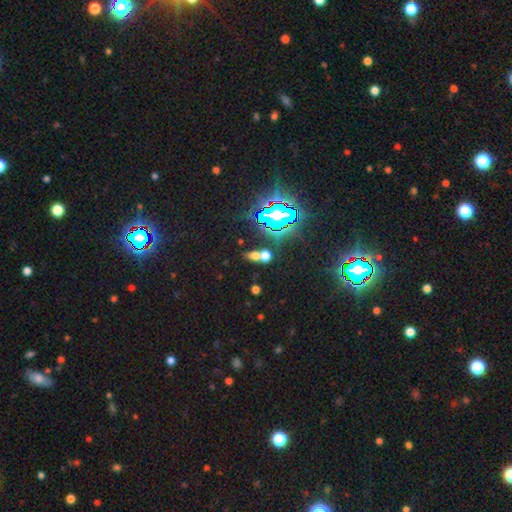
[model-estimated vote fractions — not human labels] smooth 50%, star or artifact 39%, featured or disk 12%. Down the decision tree: merging — none (50%).